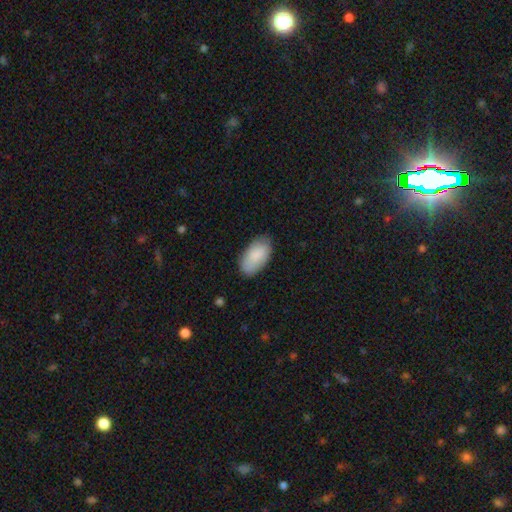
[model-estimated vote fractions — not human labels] smooth 88%, featured or disk 7%, star or artifact 6%. Down the decision tree: how rounded — in between (96%); merging — none (81%).